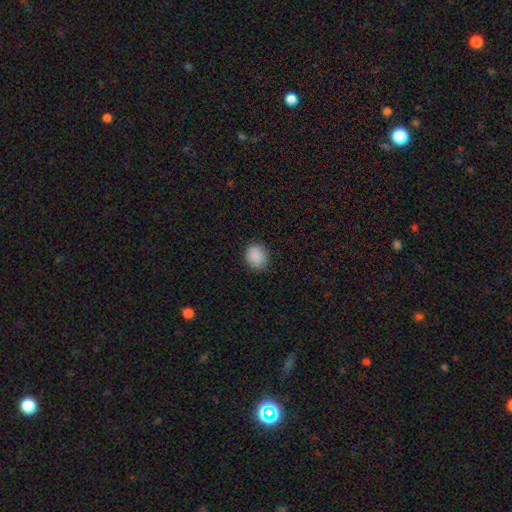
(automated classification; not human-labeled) Smooth or featured? smooth (88%)
How rounded? round (61%)
Merging? none (84%)